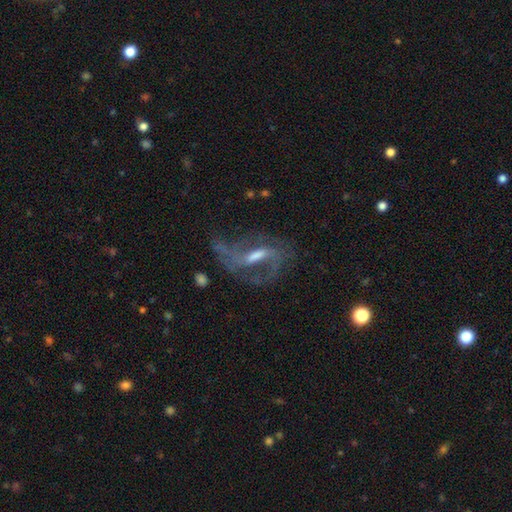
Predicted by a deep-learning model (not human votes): This is clearly a featured or disk galaxy (82%). It is clearly not viewed edge-on (92%). Bar: marginally strong (44%). Spiral arm pattern: clearly yes (90%). Spiral arm count: likely 2 (76%). Spiral winding: marginally loose (44%, tied with medium). Central bulge: possibly moderate (45%). Merging: possibly none (52%).